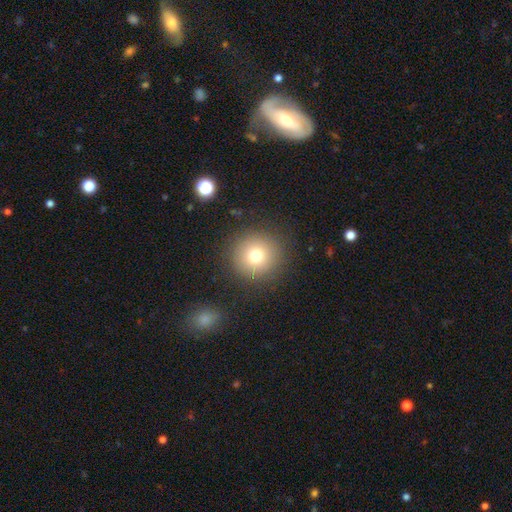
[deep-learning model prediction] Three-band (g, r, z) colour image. It shows a smooth galaxy with no disk features (75%) that is round (94%). Merging: none (89%).